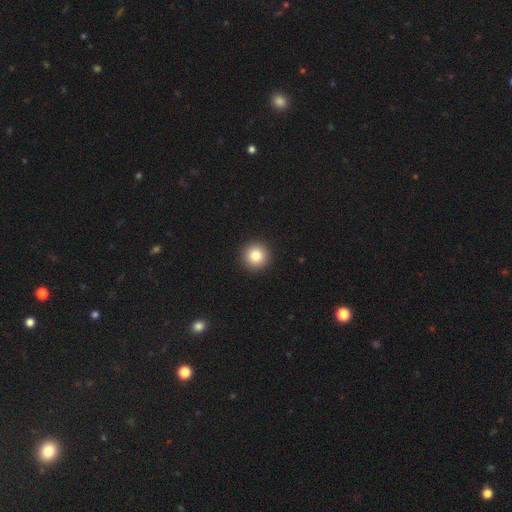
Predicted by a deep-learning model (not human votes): Q: Smooth or featured?
A: smooth (84%); runner-up: star or artifact (10%)
Q: How rounded?
A: round (95%); runner-up: in between (4%)
Q: Merging?
A: none (93%); runner-up: minor disturbance (4%)